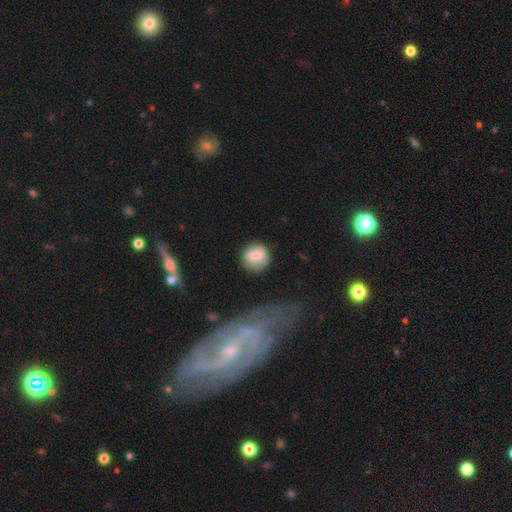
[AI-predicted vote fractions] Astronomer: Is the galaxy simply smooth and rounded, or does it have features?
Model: smooth — 77%.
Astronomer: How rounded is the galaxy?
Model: round — 89%.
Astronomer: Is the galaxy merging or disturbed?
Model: none — 77%.